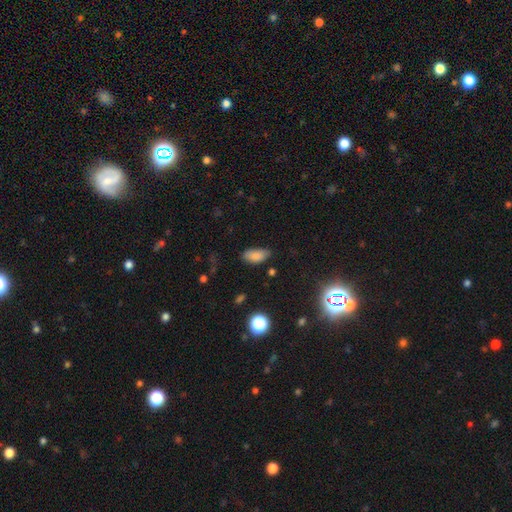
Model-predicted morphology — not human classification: This is clearly a smooth galaxy (83%). How rounded: clearly in between (91%). Merging: likely none (73%).